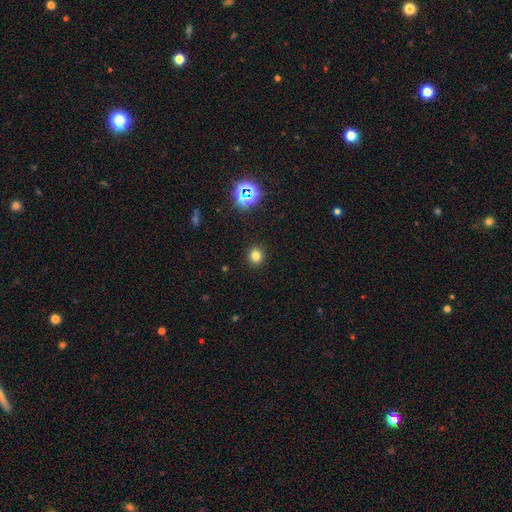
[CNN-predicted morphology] Smooth or featured? smooth (77%)
How rounded? round (84%)
Merging? none (91%)